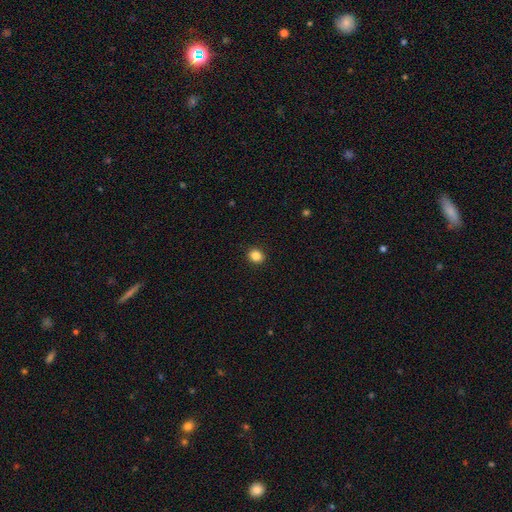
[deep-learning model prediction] A smooth galaxy with no disk features (86%) that is round (65%).

Vote fractions:
- Smooth or featured? smooth: 86% / star or artifact: 10% / featured or disk: 3%
- How rounded? round: 65% / in between: 35% / cigar-shaped: 1%
- Merging? none: 91% / minor disturbance: 6% / major disturbance: 2% / merger: 1%